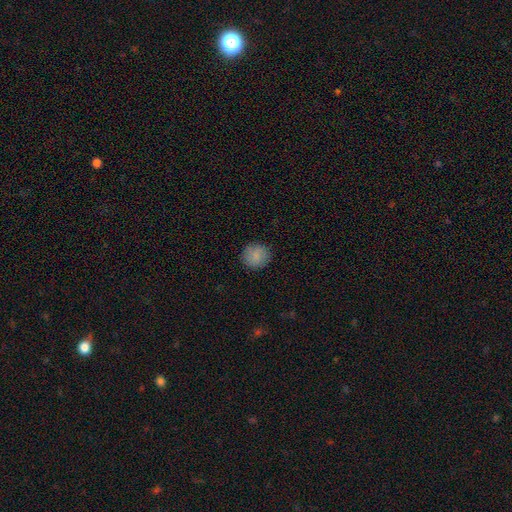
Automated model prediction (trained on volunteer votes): Smooth or featured?
  - smooth: 85% *
  - star or artifact: 8%
  - featured or disk: 7%
How rounded?
  - round: 89% *
  - in between: 10%
  - cigar-shaped: 1%
Merging?
  - none: 88% *
  - minor disturbance: 9%
  - major disturbance: 2%
  - merger: 1%